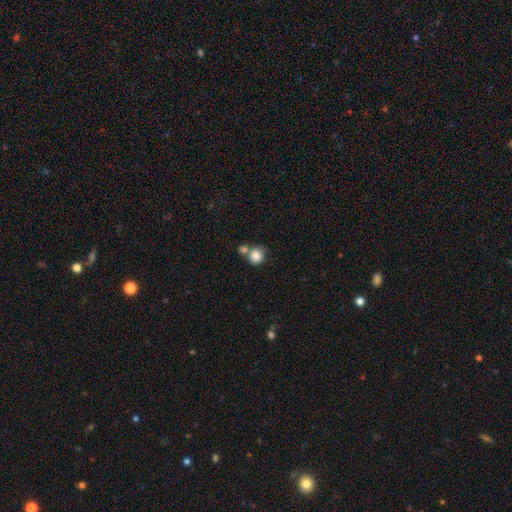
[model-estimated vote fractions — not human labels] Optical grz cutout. It shows a smooth galaxy with no disk features (84%) that is round (85%). Merging: none (49%).